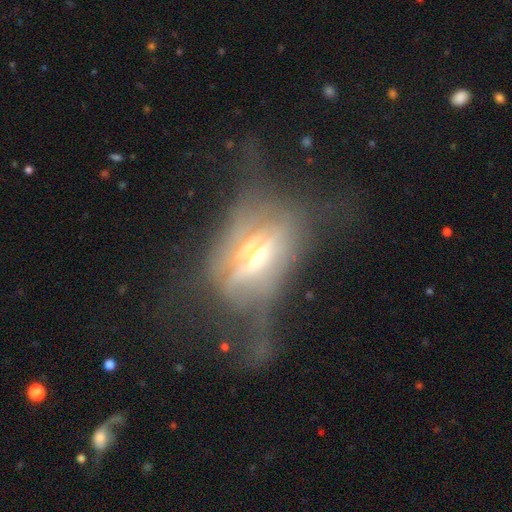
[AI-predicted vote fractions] Smooth or featured? Predicted: featured or disk (p=0.67). Edge-on disk? Predicted: yes (p=0.54). Merging? Predicted: major disturbance (p=0.47).